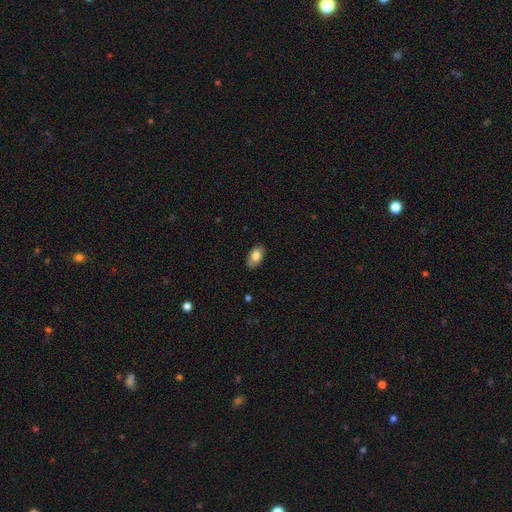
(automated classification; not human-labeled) Smooth or featured: smooth — 79% (featured or disk — 14%)
How rounded: in between — 92% (round — 6%)
Merging: none — 84% (minor disturbance — 13%)